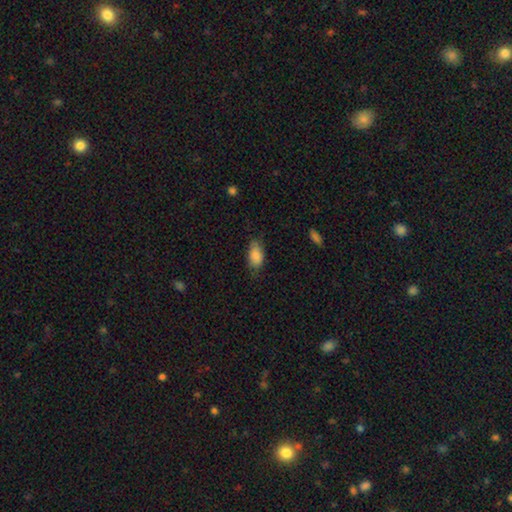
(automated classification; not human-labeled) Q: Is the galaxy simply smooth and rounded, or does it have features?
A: smooth — 86%.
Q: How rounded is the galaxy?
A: in between — 91%.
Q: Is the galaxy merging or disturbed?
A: none — 65%.